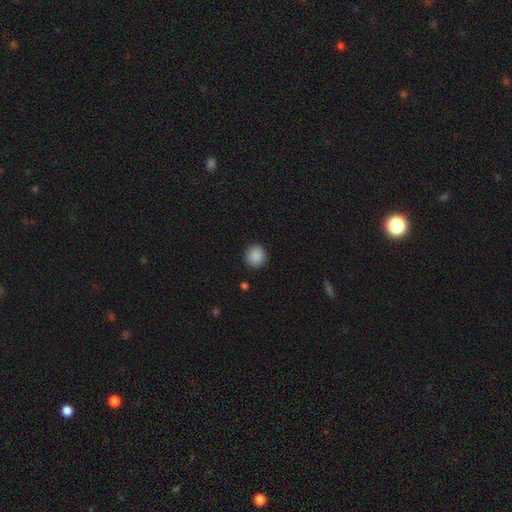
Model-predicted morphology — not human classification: smooth_or_featured: smooth (p=0.89) [alt: star or artifact p=0.08]
how_rounded: round (p=0.91) [alt: in between p=0.08]
merging: none (p=0.91) [alt: minor disturbance p=0.06]